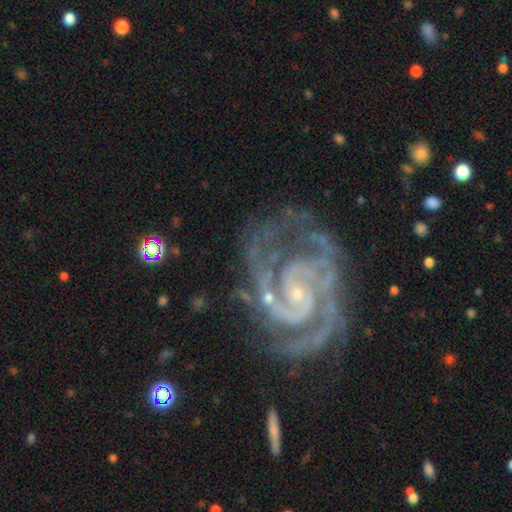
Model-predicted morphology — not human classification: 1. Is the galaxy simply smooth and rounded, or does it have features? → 91% featured or disk, 6% star or artifact, 3% smooth.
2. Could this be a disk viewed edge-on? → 98% no, 2% yes.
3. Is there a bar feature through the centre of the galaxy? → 47% no, 37% weak, 16% strong.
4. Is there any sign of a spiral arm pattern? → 98% yes, 2% no.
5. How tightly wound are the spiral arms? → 62% tight, 33% medium, 5% loose.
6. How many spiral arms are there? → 53% 2, 21% 3, 10% can't tell, 6% 4, 5% 1, 5% more than 4.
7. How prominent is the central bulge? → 80% small, 12% moderate, 6% none, 1% large, 1% dominant.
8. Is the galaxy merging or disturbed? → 65% none, 20% minor disturbance, 12% major disturbance, 3% merger.